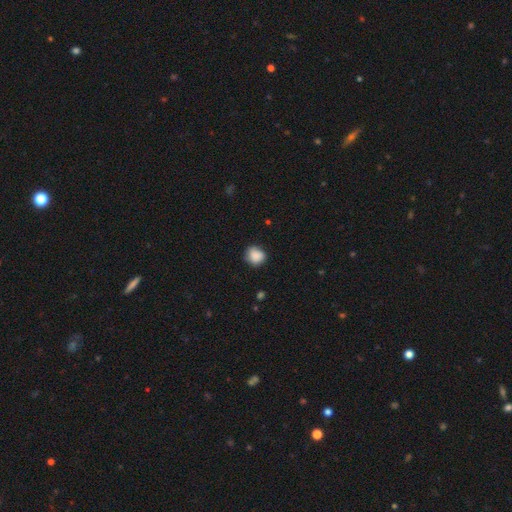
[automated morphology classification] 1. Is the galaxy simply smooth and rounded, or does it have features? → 87% smooth, 8% star or artifact, 5% featured or disk.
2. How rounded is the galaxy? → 81% round, 18% in between, 1% cigar-shaped.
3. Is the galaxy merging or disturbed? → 73% none, 21% minor disturbance, 4% major disturbance, 2% merger.